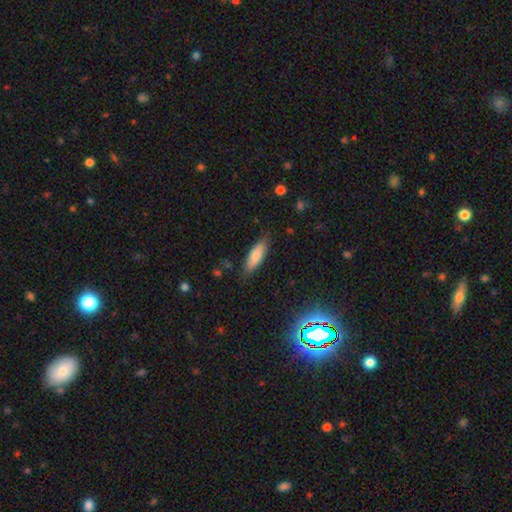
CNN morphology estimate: This appears to be a smooth galaxy with no disk features (79%) that is in between round and cigar-shaped (51%). Merging: none (82%).